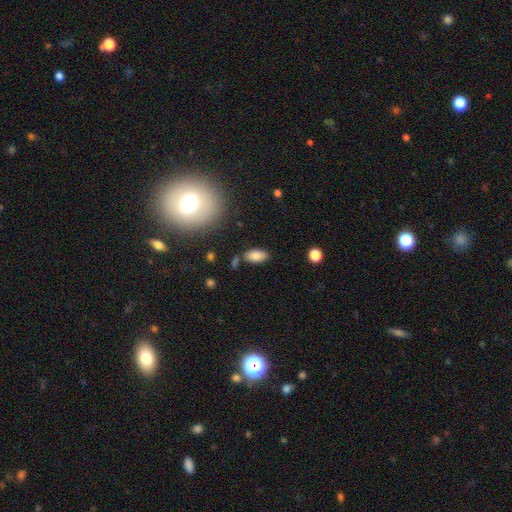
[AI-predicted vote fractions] This is clearly a smooth galaxy (83%). How rounded: clearly in between (92%). Merging: likely none (80%).